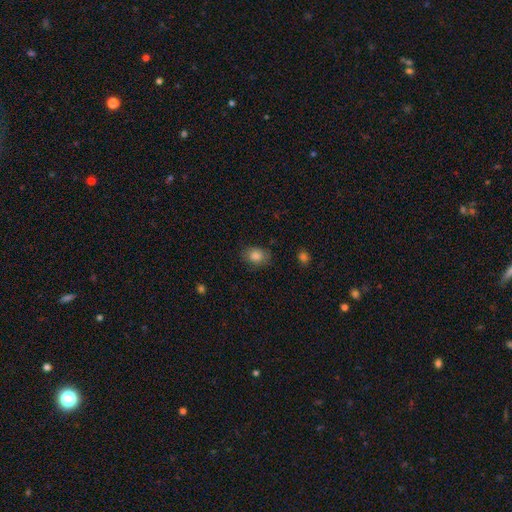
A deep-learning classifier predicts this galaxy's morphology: Q: Smooth or featured?
A: smooth (84%); runner-up: star or artifact (9%)
Q: How rounded?
A: in between (64%); runner-up: round (34%)
Q: Merging?
A: none (78%); runner-up: minor disturbance (16%)